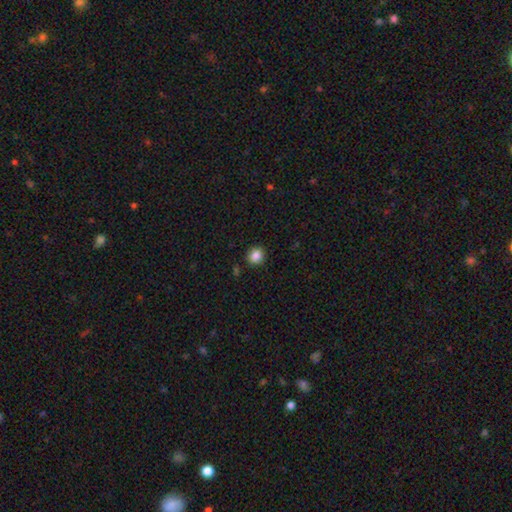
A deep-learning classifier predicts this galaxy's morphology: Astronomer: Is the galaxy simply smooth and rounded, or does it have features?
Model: smooth — 86%.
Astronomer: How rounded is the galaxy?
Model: round — 82%.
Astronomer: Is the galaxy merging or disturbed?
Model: none — 89%.